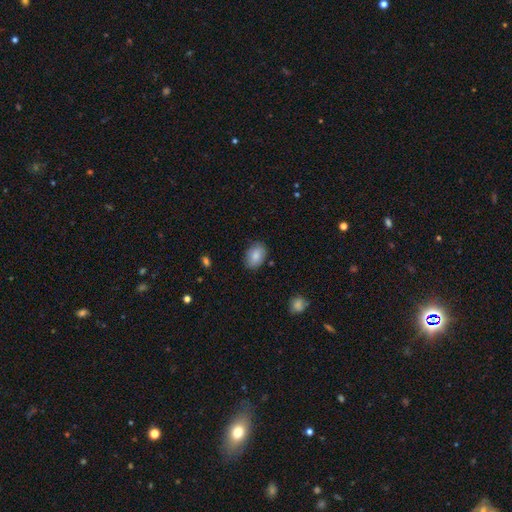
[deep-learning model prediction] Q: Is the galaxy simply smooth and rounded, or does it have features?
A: smooth — 84%.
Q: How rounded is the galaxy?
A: in between — 83%.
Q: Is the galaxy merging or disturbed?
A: none — 84%.